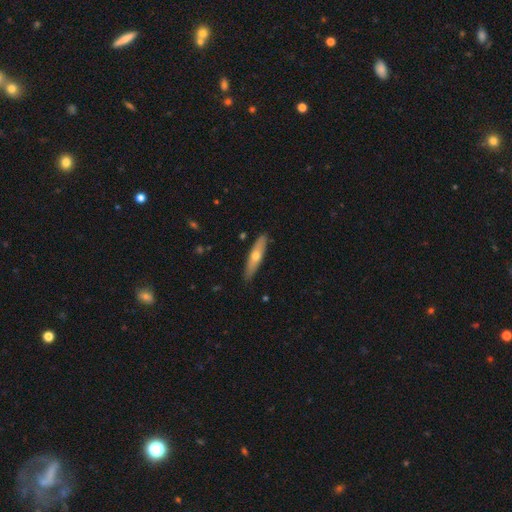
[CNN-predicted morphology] Smooth or featured? Predicted: smooth (p=0.53). How rounded? Predicted: cigar-shaped (p=0.78). Merging? Predicted: none (p=0.88).